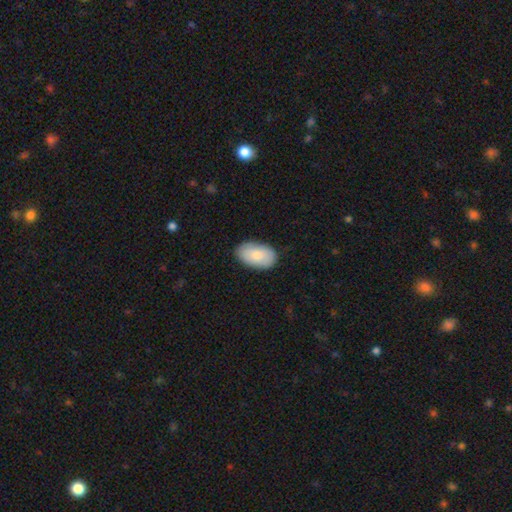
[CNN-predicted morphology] Smooth or featured?
  - smooth: 82% *
  - featured or disk: 12%
  - star or artifact: 6%
How rounded?
  - in between: 94% *
  - round: 5%
  - cigar-shaped: 1%
Merging?
  - none: 85% *
  - minor disturbance: 11%
  - major disturbance: 2%
  - merger: 1%